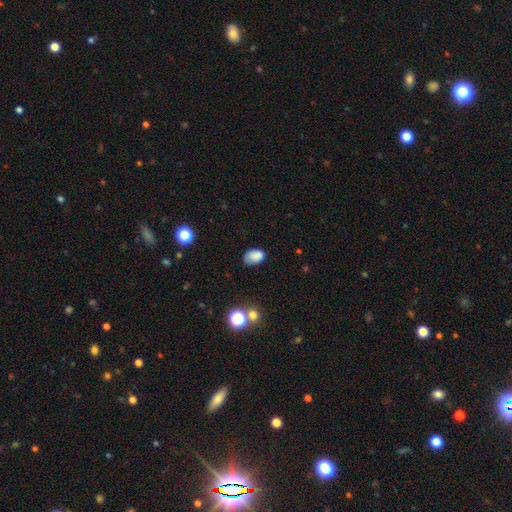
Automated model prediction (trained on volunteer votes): Smooth or featured? smooth (82%)
How rounded? in between (83%)
Merging? none (59%)